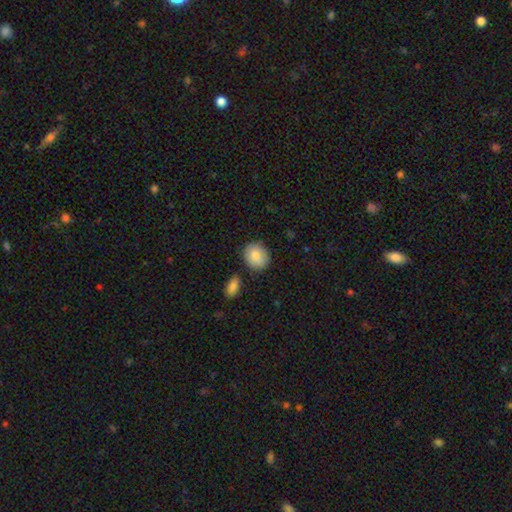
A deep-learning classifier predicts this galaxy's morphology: smooth 84%, featured or disk 9%, star or artifact 7%. Down the decision tree: how rounded — round (72%); merging — none (79%).